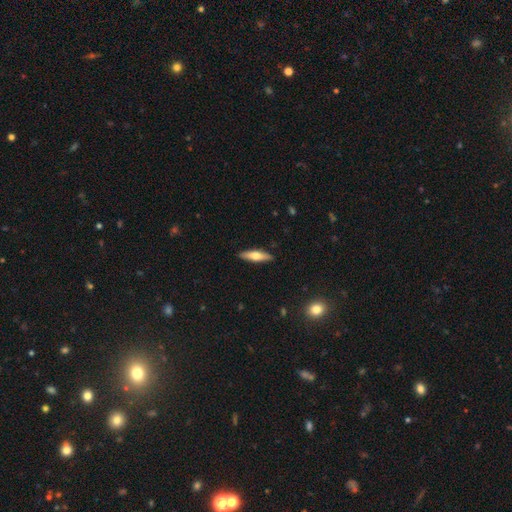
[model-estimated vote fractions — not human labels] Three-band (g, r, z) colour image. It shows a smooth galaxy with no disk features (53%) that is cigar-shaped (69%). Merging: none (89%).